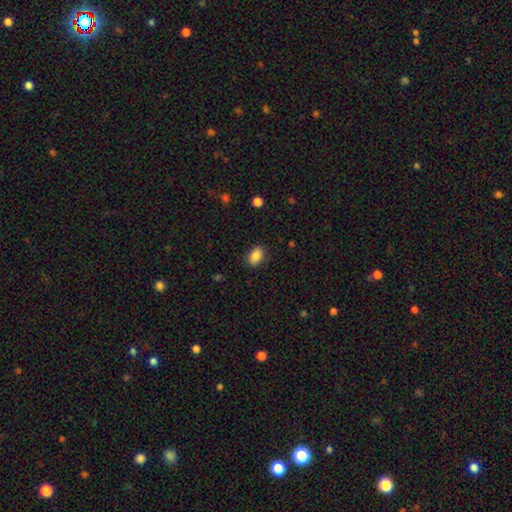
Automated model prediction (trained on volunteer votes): Morphology: type=smooth (87%); roundness=in between (82%); merging=none (84%).